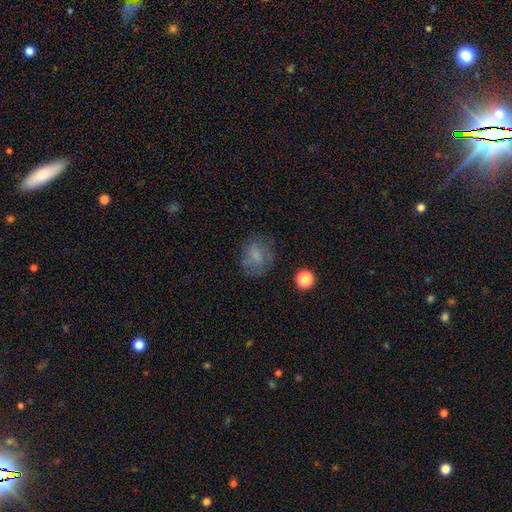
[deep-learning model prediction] smooth-or-featured: smooth: 62% | featured or disk: 25% | star or artifact: 14%
  how-rounded: round: 65% | in between: 34% | cigar-shaped: 1%
  merging: none: 65% | minor disturbance: 20% | major disturbance: 13% | merger: 2%